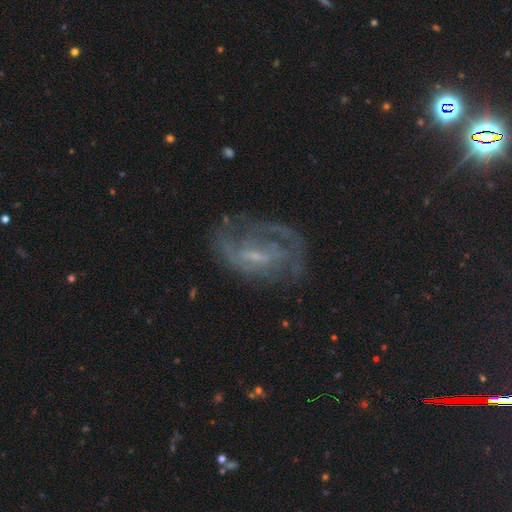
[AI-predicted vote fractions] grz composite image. It shows a featured or disk galaxy (76%) with a weak bar (51%), medium (43%) spiral arms (78%) and a small central bulge (59%). Merging: none (56%).